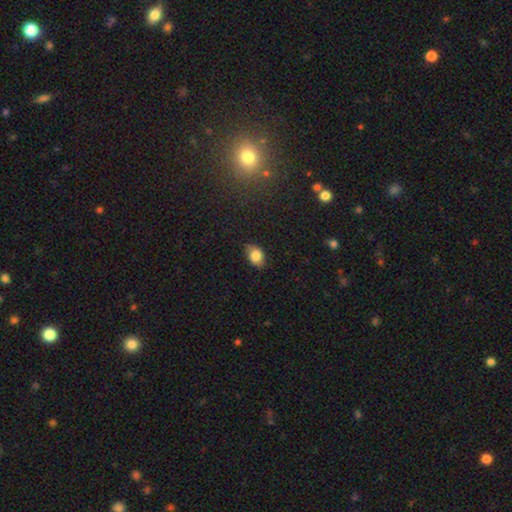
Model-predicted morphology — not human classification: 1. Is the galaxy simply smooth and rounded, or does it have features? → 82% smooth, 10% featured or disk, 9% star or artifact.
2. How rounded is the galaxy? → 79% in between, 20% round, 1% cigar-shaped.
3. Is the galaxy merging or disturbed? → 77% none, 19% minor disturbance, 3% major disturbance, 1% merger.